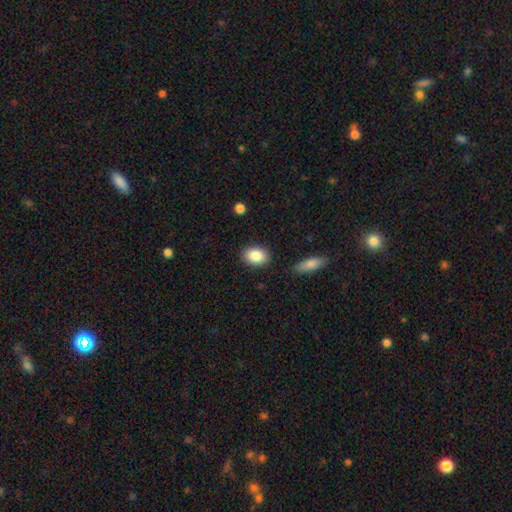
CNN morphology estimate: The model was most divided on "how rounded": in between: 75%, round: 24%, cigar-shaped: 1%. More confident: smooth or featured — smooth (87%); merging — none (86%).